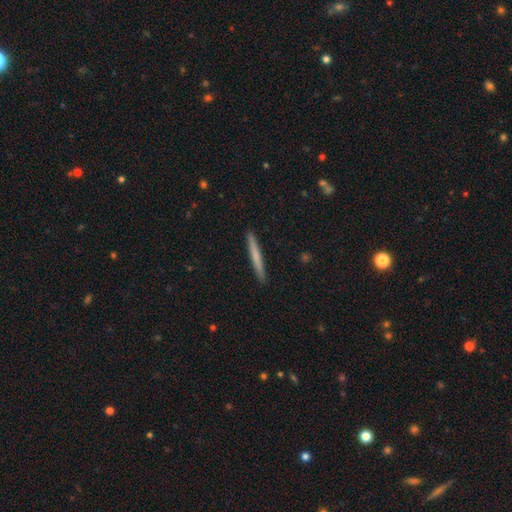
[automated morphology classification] This is likely a smooth galaxy (66%). How rounded: clearly cigar-shaped (97%). Merging: clearly none (93%).